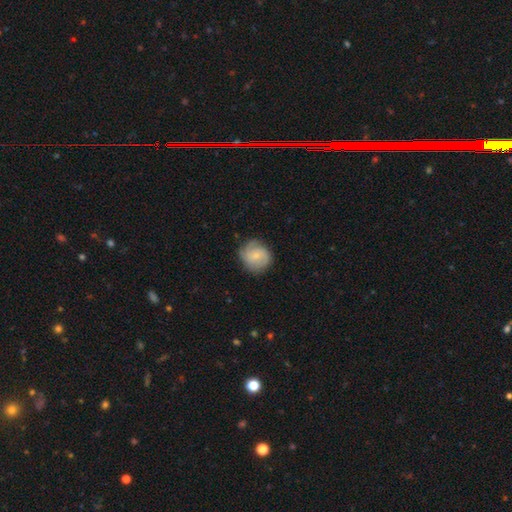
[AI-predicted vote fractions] smooth-or-featured: smooth: 51% | featured or disk: 42% | star or artifact: 7%
  how-rounded: round: 85% | in between: 14% | cigar-shaped: 1%
  merging: none: 74% | minor disturbance: 19% | major disturbance: 6% | merger: 1%